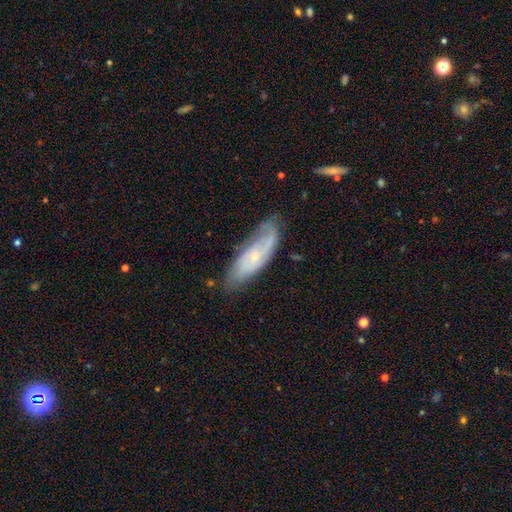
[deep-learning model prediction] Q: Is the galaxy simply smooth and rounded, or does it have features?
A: featured or disk — 59%.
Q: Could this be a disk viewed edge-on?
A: no — 79%.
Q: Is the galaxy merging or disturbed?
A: none — 67%.